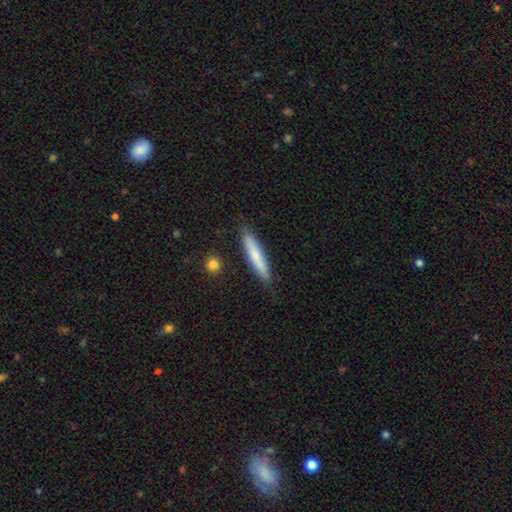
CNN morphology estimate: Smooth or featured?
  - smooth: 70% *
  - featured or disk: 24%
  - star or artifact: 6%
How rounded?
  - cigar-shaped: 89% *
  - in between: 10%
  - round: 1%
Merging?
  - none: 86% *
  - minor disturbance: 10%
  - major disturbance: 2%
  - merger: 2%